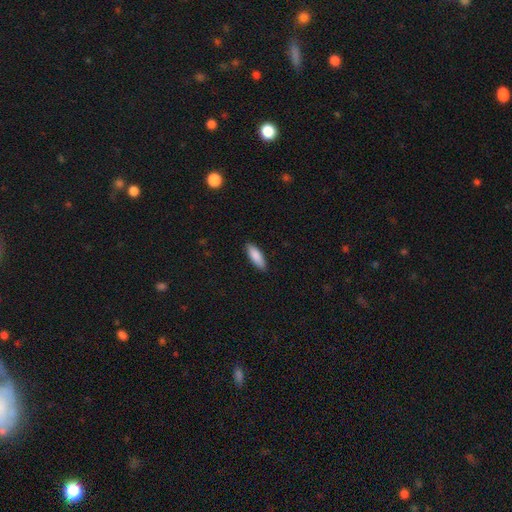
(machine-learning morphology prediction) smooth 88%, featured or disk 7%, star or artifact 6%. Down the decision tree: how rounded — in between (63%); merging — none (87%).